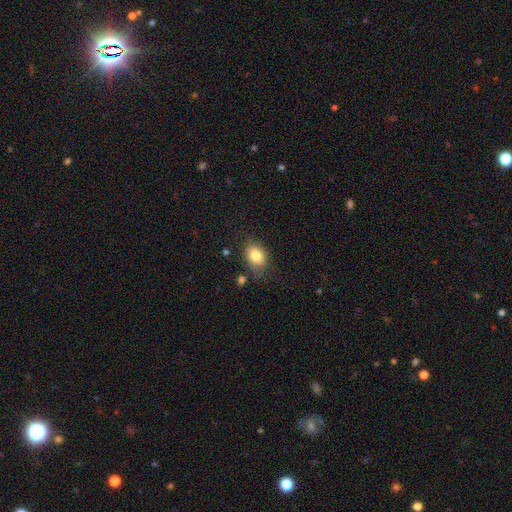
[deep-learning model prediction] Q: Smooth or featured?
A: smooth (82%); runner-up: featured or disk (10%)
Q: How rounded?
A: in between (72%); runner-up: round (27%)
Q: Merging?
A: none (72%); runner-up: minor disturbance (19%)